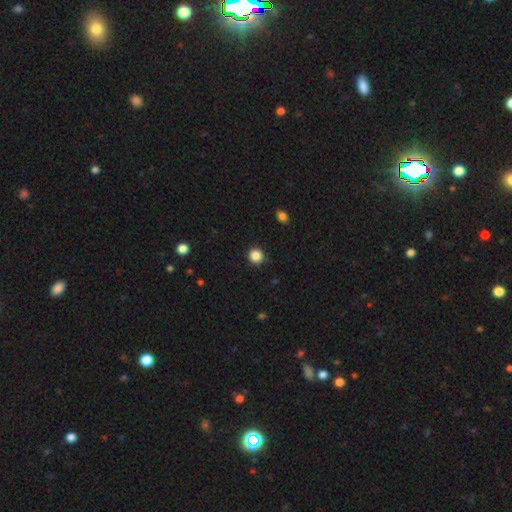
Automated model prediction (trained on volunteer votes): Smooth or featured? Predicted: smooth (p=0.86). How rounded? Predicted: round (p=0.90). Merging? Predicted: none (p=0.91).